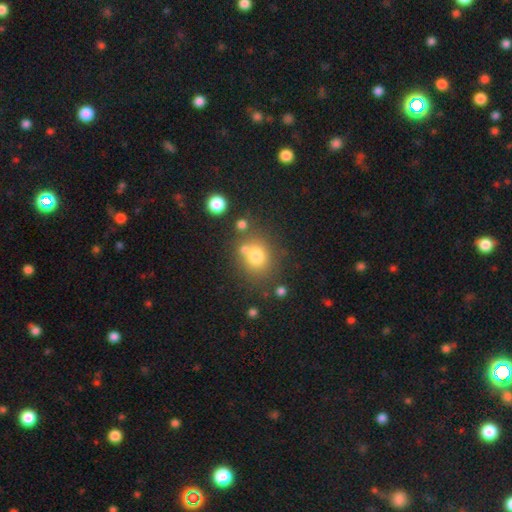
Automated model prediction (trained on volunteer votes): This is likely a smooth galaxy (74%). How rounded: likely round (74%). Merging: likely none (64%).